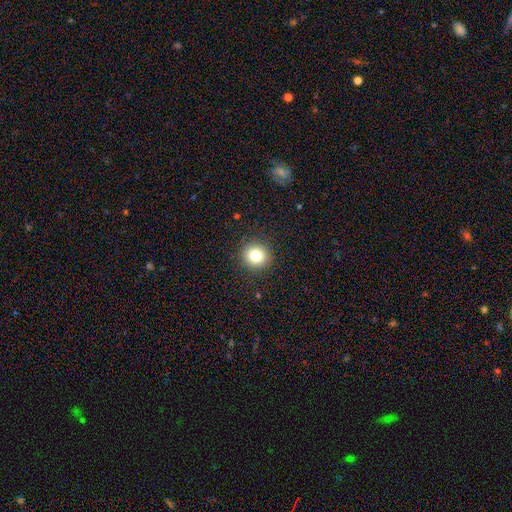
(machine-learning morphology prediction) Smooth or featured? Predicted: smooth (p=0.80). How rounded? Predicted: round (p=0.92). Merging? Predicted: none (p=0.92).